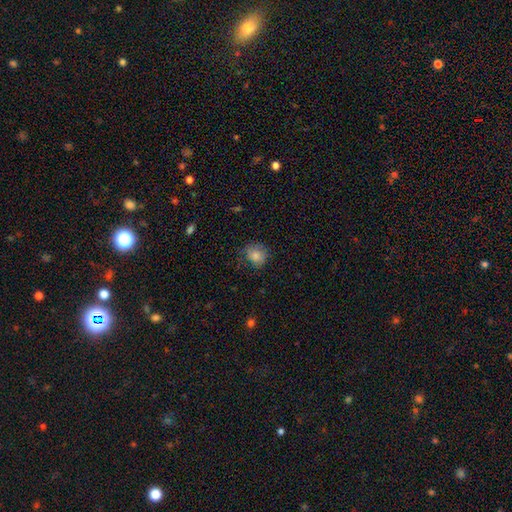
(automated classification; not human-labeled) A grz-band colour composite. It shows a smooth galaxy with no disk features (81%) that is round (78%). Merging: none (69%).